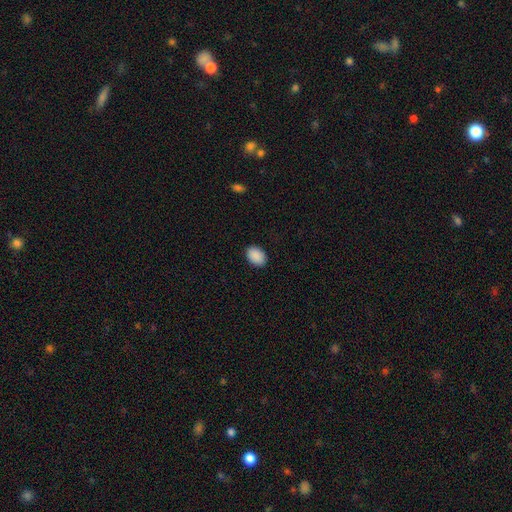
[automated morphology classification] A smooth galaxy with no disk features (91%) that is in between round and cigar-shaped (80%). Merging: none (90%).